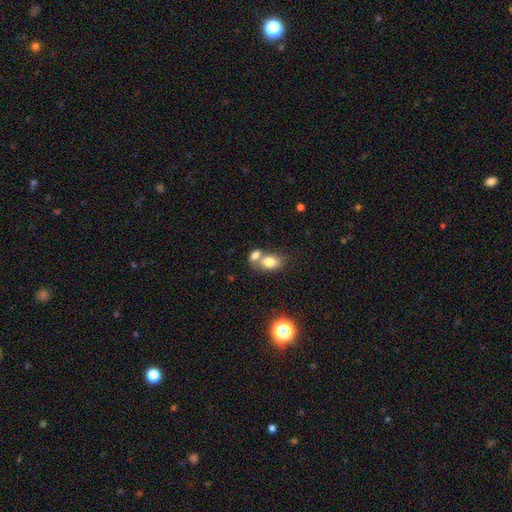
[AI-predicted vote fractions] Smooth or featured?
  - smooth: 78% *
  - featured or disk: 13%
  - star or artifact: 10%
How rounded?
  - in between: 72% *
  - round: 26%
  - cigar-shaped: 2%
Merging?
  - merger: 60% *
  - none: 29%
  - minor disturbance: 8%
  - major disturbance: 4%